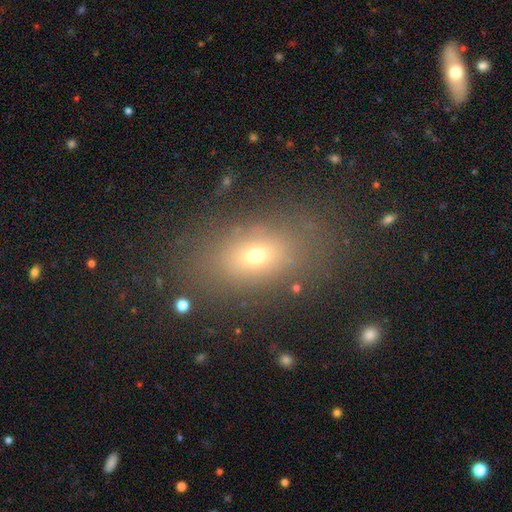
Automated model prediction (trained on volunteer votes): Morphology: type=smooth (66%); roundness=in between (78%); merging=none (80%).